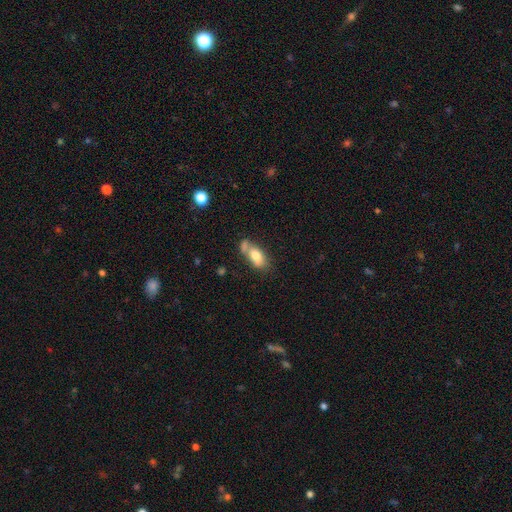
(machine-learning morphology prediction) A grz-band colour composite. It shows a smooth galaxy with no disk features (72%) that is in between round and cigar-shaped (87%). Merging: none (40%).